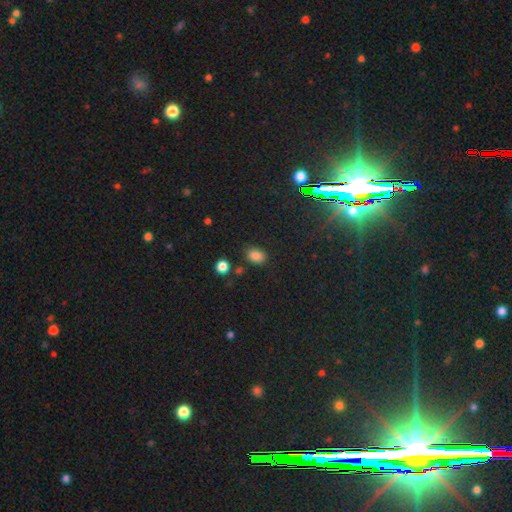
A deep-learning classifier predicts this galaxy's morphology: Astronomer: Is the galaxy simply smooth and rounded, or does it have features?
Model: smooth — 83%.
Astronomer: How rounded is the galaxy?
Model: in between — 76%.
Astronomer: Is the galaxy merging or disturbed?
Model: none — 77%.